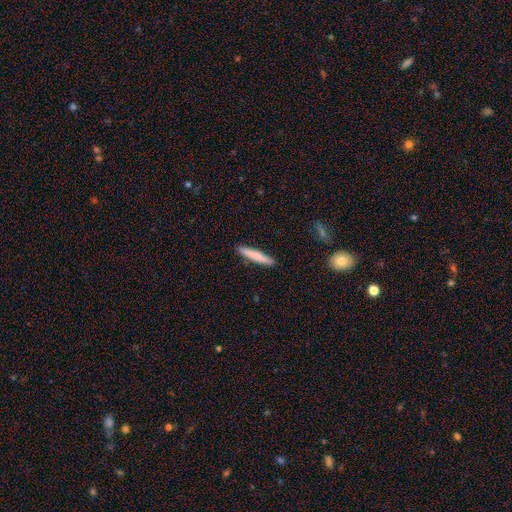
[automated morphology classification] This appears to be a smooth galaxy with no disk features (79%) that is cigar-shaped (94%). Merging: none (91%).